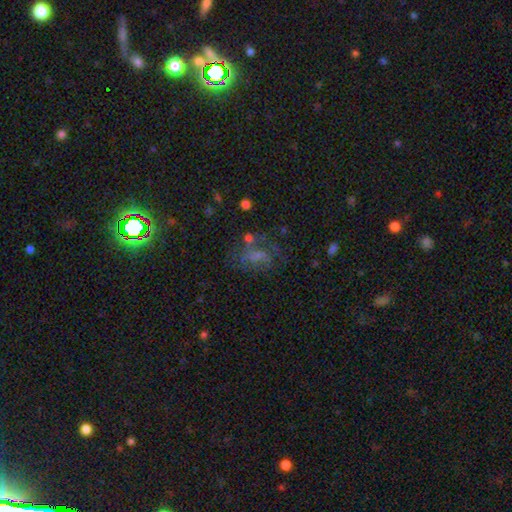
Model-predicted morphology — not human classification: A featured or disk galaxy (41%).

Vote fractions:
- Smooth or featured? featured or disk: 41% / smooth: 37% / star or artifact: 22%
- Merging? none: 41% / major disturbance: 30% / minor disturbance: 20% / merger: 9%